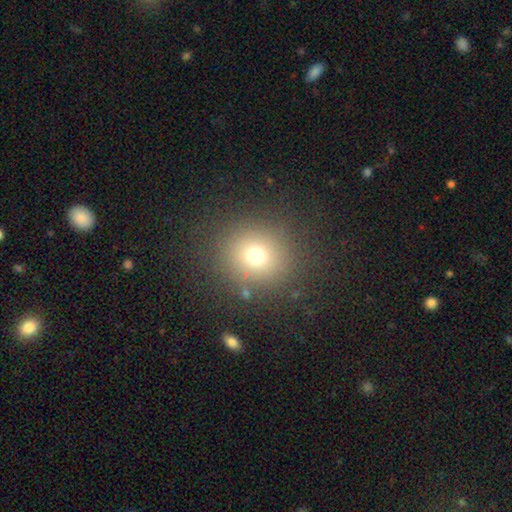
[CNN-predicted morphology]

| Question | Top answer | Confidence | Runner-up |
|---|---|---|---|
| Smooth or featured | smooth | 71% | star or artifact (19%) |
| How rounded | round | 89% | in between (10%) |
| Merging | none | 85% | minor disturbance (8%) |